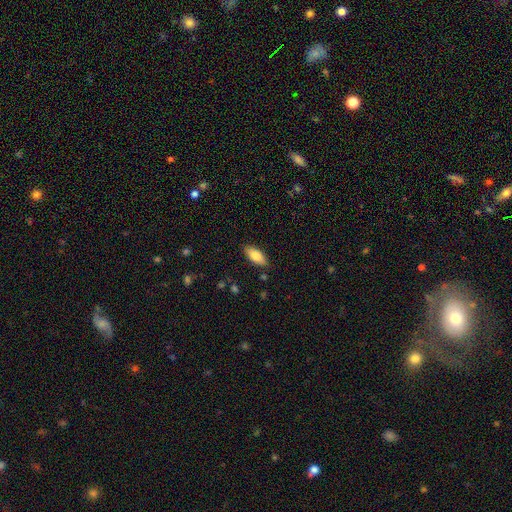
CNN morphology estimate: The model was most divided on "smooth or featured": smooth: 79%, featured or disk: 15%, star or artifact: 6%. More confident: merging — none (86%); how rounded — in between (85%).